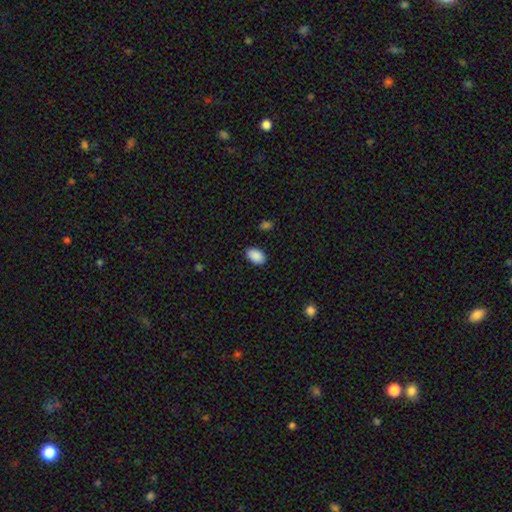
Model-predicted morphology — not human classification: A smooth galaxy with no disk features (90%) that is in between round and cigar-shaped (92%). Merging: none (87%).